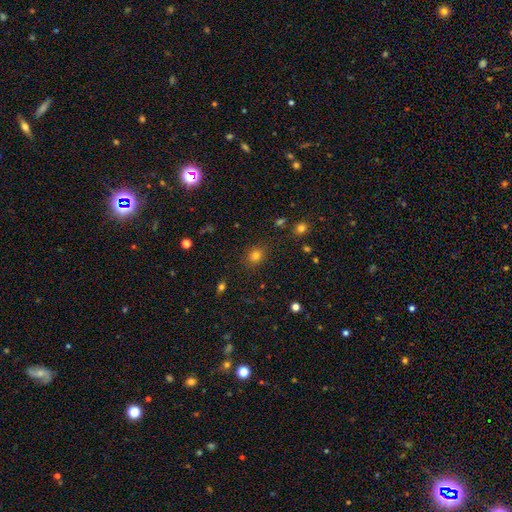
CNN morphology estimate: Smooth or featured?
  - smooth: 78% *
  - star or artifact: 16%
  - featured or disk: 6%
How rounded?
  - round: 72% *
  - in between: 27%
  - cigar-shaped: 1%
Merging?
  - none: 85% *
  - minor disturbance: 10%
  - major disturbance: 3%
  - merger: 2%